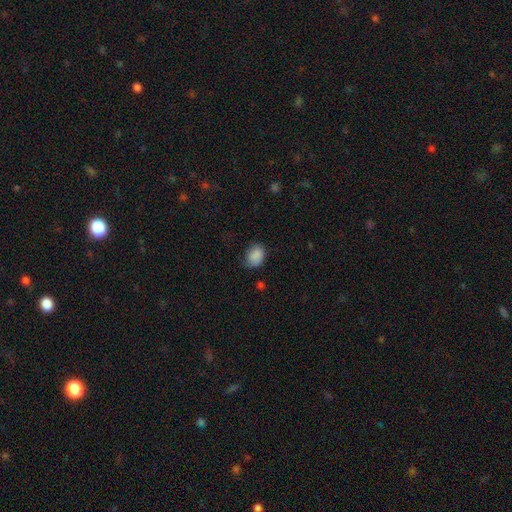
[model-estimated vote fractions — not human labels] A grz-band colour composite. It shows a smooth galaxy with no disk features (87%) that is in between round and cigar-shaped (63%). Merging: none (65%).